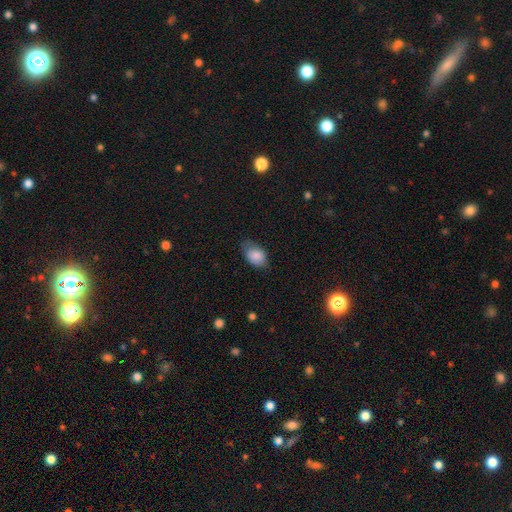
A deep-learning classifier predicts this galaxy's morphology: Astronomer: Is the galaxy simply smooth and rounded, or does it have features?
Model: smooth — 85%.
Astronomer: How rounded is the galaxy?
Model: in between — 85%.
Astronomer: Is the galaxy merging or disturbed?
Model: none — 64%.